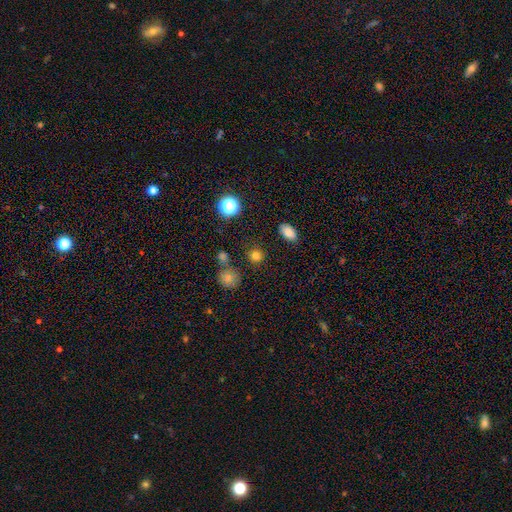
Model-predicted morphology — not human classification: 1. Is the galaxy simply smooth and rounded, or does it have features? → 78% smooth, 17% star or artifact, 5% featured or disk.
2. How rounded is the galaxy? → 85% round, 14% in between, 1% cigar-shaped.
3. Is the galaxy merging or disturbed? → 80% none, 9% minor disturbance, 8% merger, 3% major disturbance.